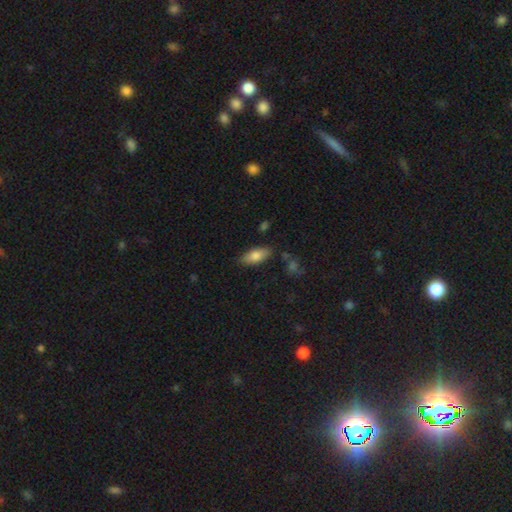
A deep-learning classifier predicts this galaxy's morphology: A smooth galaxy with no disk features (79%) that is in between round and cigar-shaped (81%).

Vote fractions:
- Smooth or featured? smooth: 79% / featured or disk: 15% / star or artifact: 6%
- How rounded? in between: 81% / cigar-shaped: 16% / round: 2%
- Merging? none: 82% / minor disturbance: 13% / major disturbance: 3% / merger: 2%